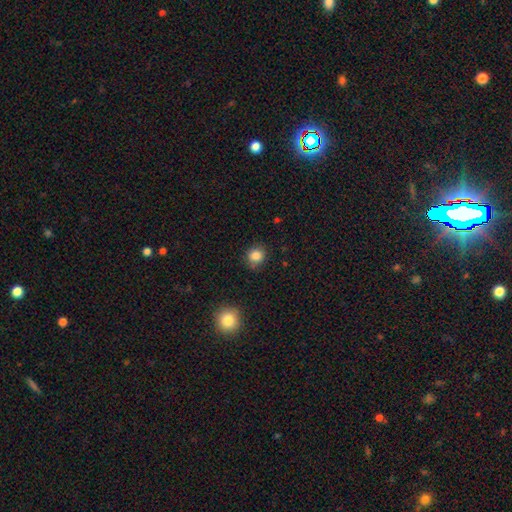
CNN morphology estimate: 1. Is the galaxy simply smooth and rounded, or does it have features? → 85% smooth, 11% star or artifact, 4% featured or disk.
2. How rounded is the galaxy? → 84% round, 15% in between, 1% cigar-shaped.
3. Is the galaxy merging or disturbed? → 82% none, 13% minor disturbance, 3% major disturbance, 2% merger.